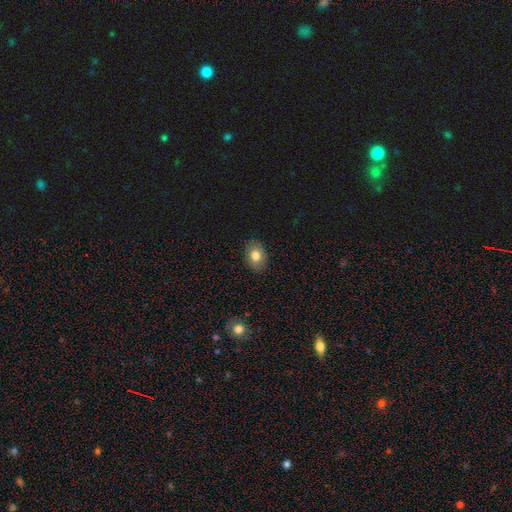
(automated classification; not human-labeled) A smooth galaxy with no disk features (78%) that is in between round and cigar-shaped (71%).

Vote fractions:
- Smooth or featured? smooth: 78% / featured or disk: 12% / star or artifact: 9%
- How rounded? in between: 71% / round: 28% / cigar-shaped: 1%
- Merging? none: 87% / minor disturbance: 9% / major disturbance: 2% / merger: 1%